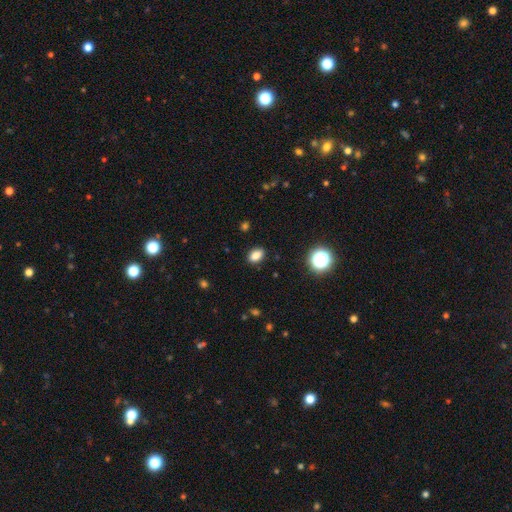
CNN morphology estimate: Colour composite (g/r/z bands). It shows a smooth galaxy with no disk features (83%) that is in between round and cigar-shaped (77%). Merging: none (88%).